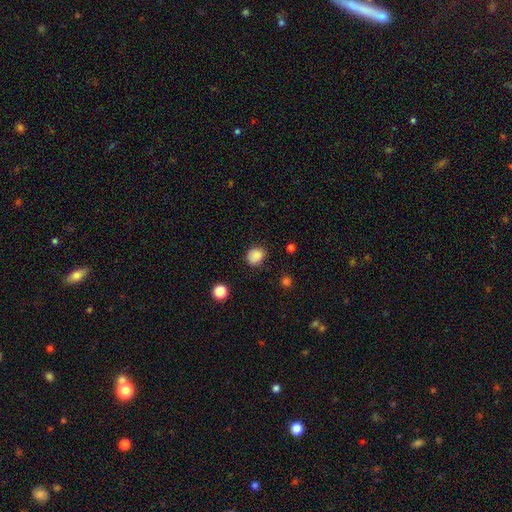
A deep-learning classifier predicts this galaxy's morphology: A smooth galaxy with no disk features (86%) that is round (69%).

Vote fractions:
- Smooth or featured? smooth: 86% / star or artifact: 11% / featured or disk: 3%
- How rounded? round: 69% / in between: 30% / cigar-shaped: 1%
- Merging? none: 81% / minor disturbance: 14% / major disturbance: 3% / merger: 2%